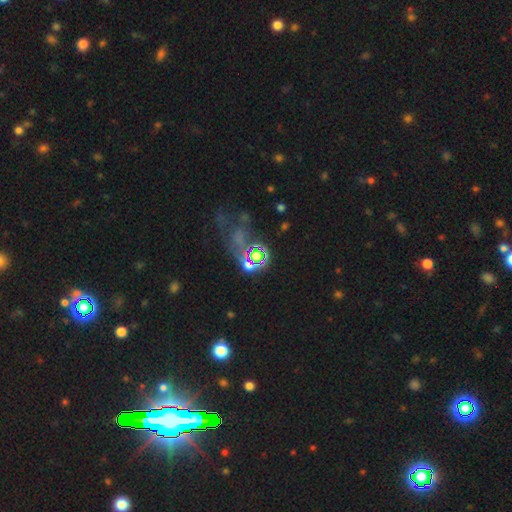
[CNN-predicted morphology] star or artifact 59%, smooth 28%, featured or disk 13%.